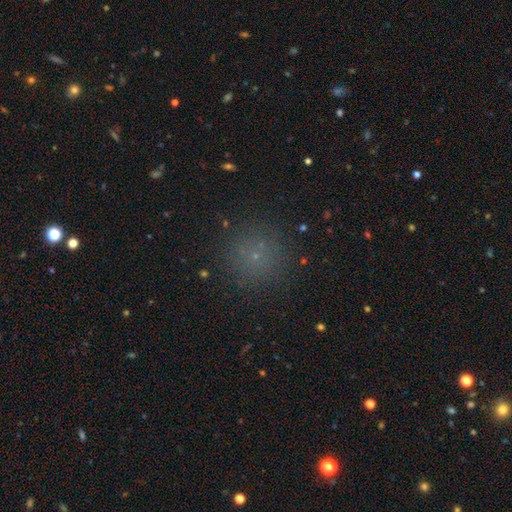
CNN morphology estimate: smooth_or_featured: smooth (p=0.65) [alt: star or artifact p=0.28]
how_rounded: round (p=0.95) [alt: in between p=0.04]
merging: none (p=0.89) [alt: minor disturbance p=0.07]